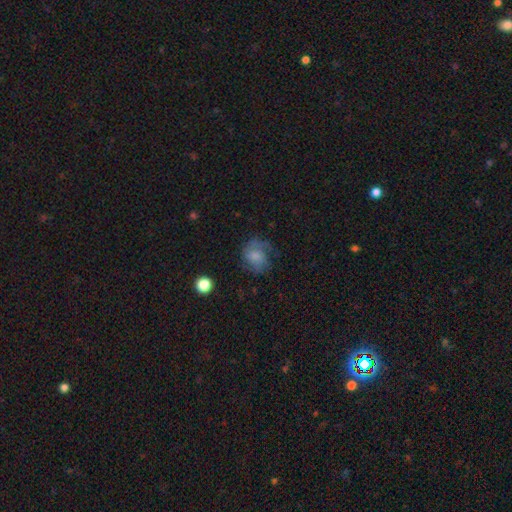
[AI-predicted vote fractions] This appears to be a featured or disk galaxy (46%). Merging: none (51%).